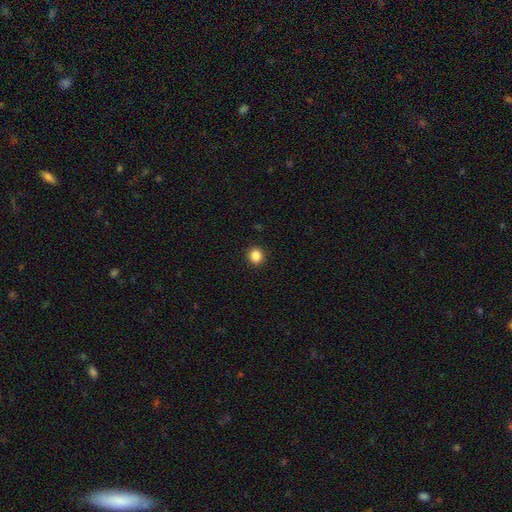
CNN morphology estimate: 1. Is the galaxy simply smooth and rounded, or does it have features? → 86% smooth, 11% star or artifact, 3% featured or disk.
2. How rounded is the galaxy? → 90% round, 9% in between, 1% cigar-shaped.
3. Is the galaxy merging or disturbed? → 93% none, 5% minor disturbance, 2% major disturbance, 1% merger.